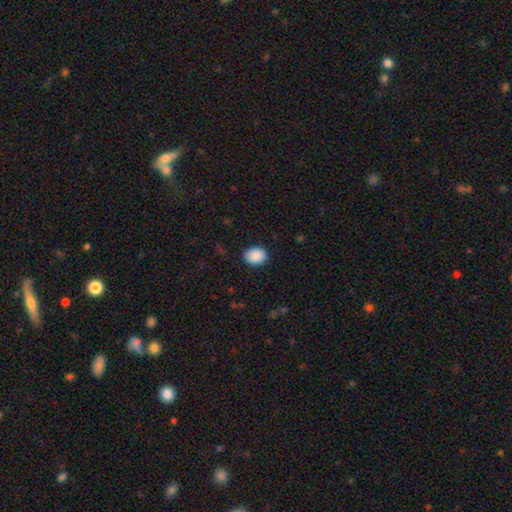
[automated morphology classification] Smooth or featured?
  - smooth: 90% *
  - star or artifact: 7%
  - featured or disk: 3%
How rounded?
  - in between: 59% *
  - round: 40%
  - cigar-shaped: 1%
Merging?
  - none: 89% *
  - minor disturbance: 8%
  - major disturbance: 2%
  - merger: 1%